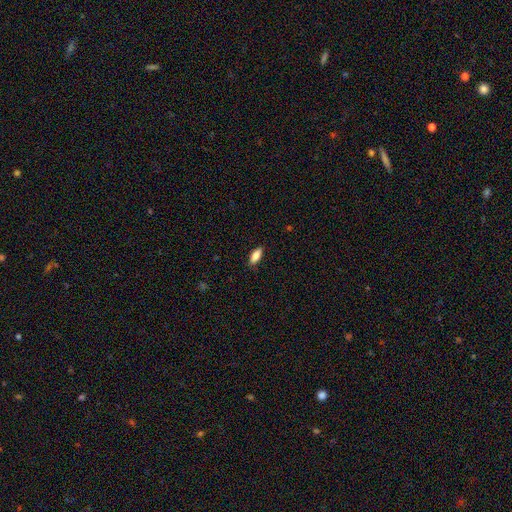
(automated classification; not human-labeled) This is clearly a smooth galaxy (84%). How rounded: likely in between (80%). Merging: clearly none (86%).